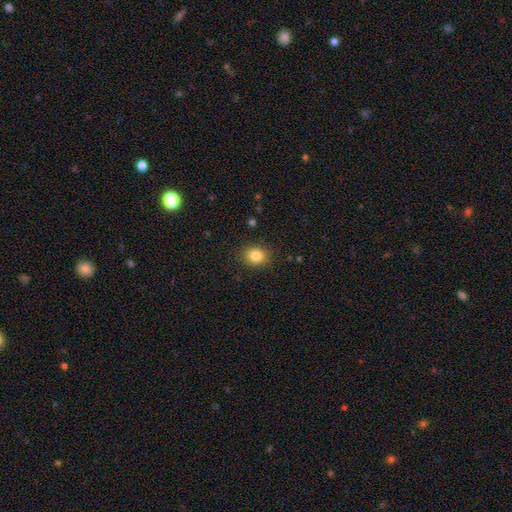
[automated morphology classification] smooth-or-featured: smooth: 84% | star or artifact: 11% | featured or disk: 5%
  how-rounded: round: 59% | in between: 40% | cigar-shaped: 1%
  merging: none: 87% | minor disturbance: 9% | major disturbance: 3% | merger: 1%